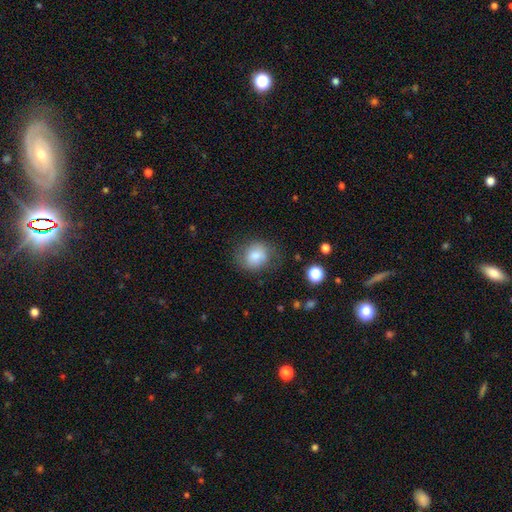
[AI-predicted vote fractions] Smooth or featured?
  - smooth: 79% *
  - featured or disk: 12%
  - star or artifact: 9%
How rounded?
  - round: 65% *
  - in between: 34%
  - cigar-shaped: 1%
Merging?
  - none: 69% *
  - minor disturbance: 21%
  - major disturbance: 9%
  - merger: 2%